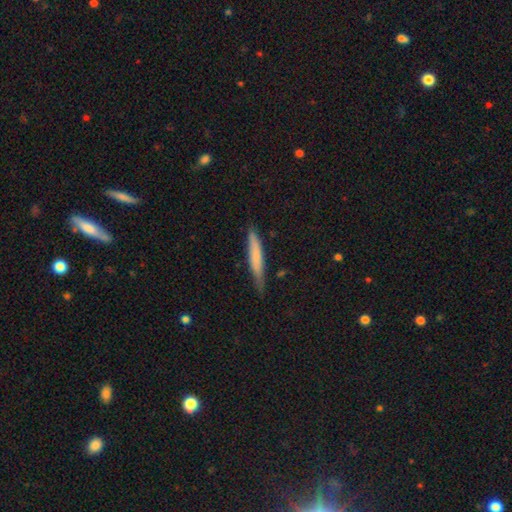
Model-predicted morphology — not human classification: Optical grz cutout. It shows a smooth galaxy with no disk features (68%) that is cigar-shaped (93%). Merging: none (74%).